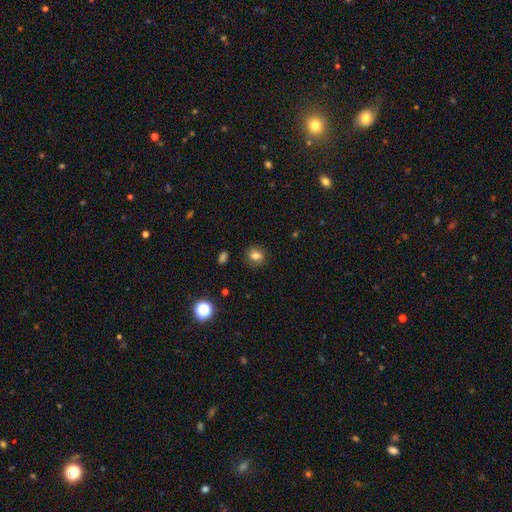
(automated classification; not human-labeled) A smooth galaxy with no disk features (78%) that is round (70%). Merging: none (85%).